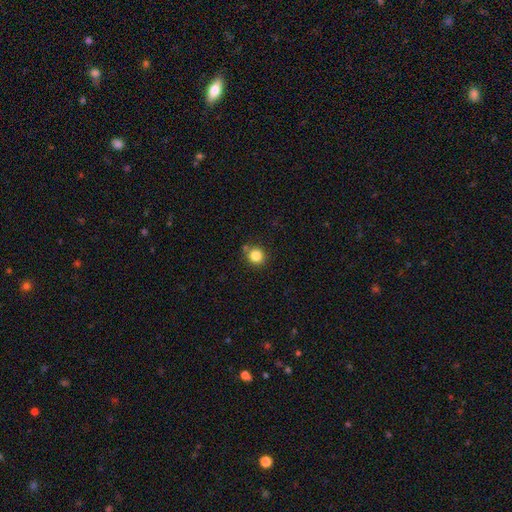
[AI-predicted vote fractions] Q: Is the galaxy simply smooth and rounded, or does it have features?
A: smooth — 84%.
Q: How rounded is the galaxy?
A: round — 91%.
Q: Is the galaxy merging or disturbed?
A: none — 81%.